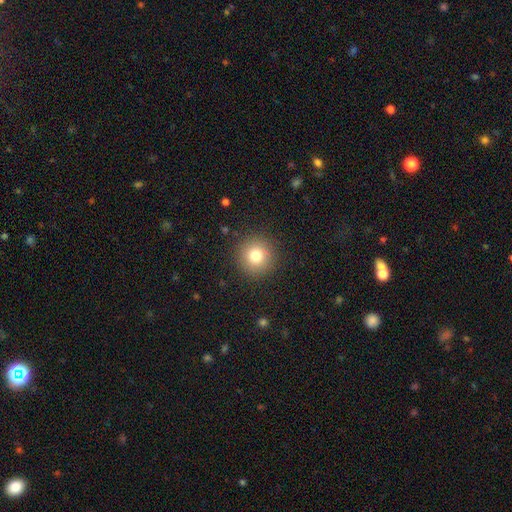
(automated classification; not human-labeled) Q: Smooth or featured?
A: smooth (78%); runner-up: star or artifact (12%)
Q: How rounded?
A: round (95%); runner-up: in between (4%)
Q: Merging?
A: none (90%); runner-up: minor disturbance (6%)